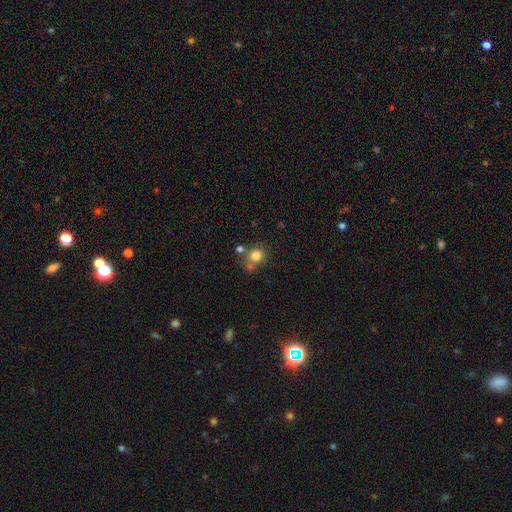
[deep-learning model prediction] Smooth or featured? smooth (79%)
How rounded? round (83%)
Merging? none (64%)